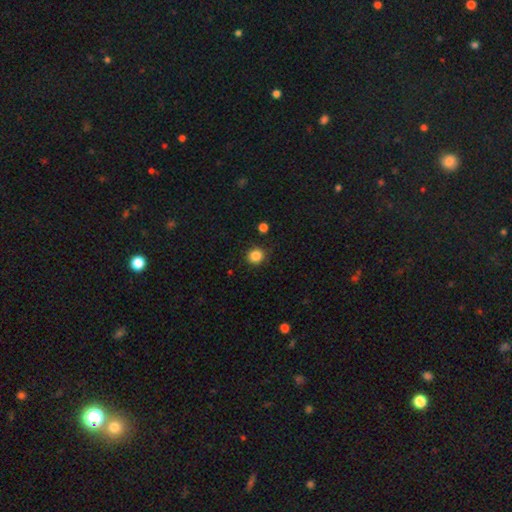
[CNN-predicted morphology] The model was most divided on "smooth or featured": smooth: 85%, star or artifact: 11%, featured or disk: 4%. More confident: how rounded — round (88%); merging — none (88%).